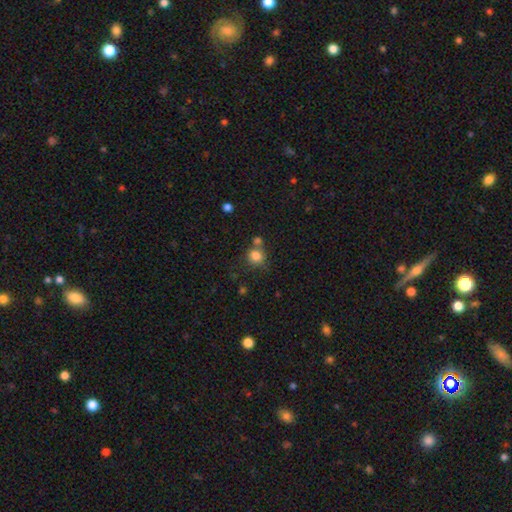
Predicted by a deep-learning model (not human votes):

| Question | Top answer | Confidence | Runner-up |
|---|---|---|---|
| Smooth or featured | smooth | 82% | star or artifact (12%) |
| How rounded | round | 82% | in between (17%) |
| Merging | none | 57% | merger (26%) |